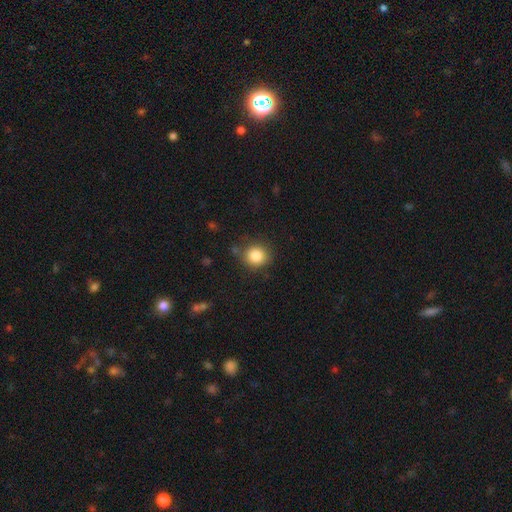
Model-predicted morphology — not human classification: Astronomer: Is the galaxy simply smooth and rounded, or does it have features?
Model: smooth — 85%.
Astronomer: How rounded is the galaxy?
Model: round — 86%.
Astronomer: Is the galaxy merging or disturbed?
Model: none — 80%.